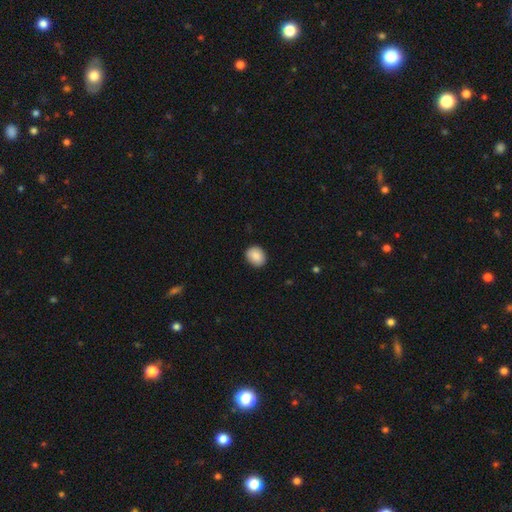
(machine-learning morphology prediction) smooth_or_featured: smooth (p=0.88) [alt: star or artifact p=0.07]
how_rounded: round (p=0.56) [alt: in between p=0.43]
merging: none (p=0.88) [alt: minor disturbance p=0.09]